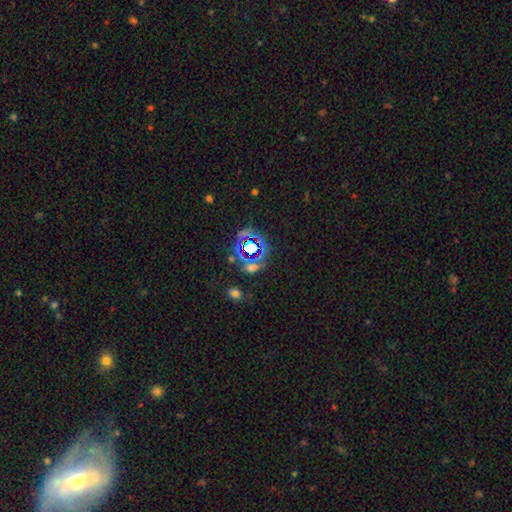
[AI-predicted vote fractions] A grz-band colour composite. It shows a star or artifact, not a galaxy (65%).